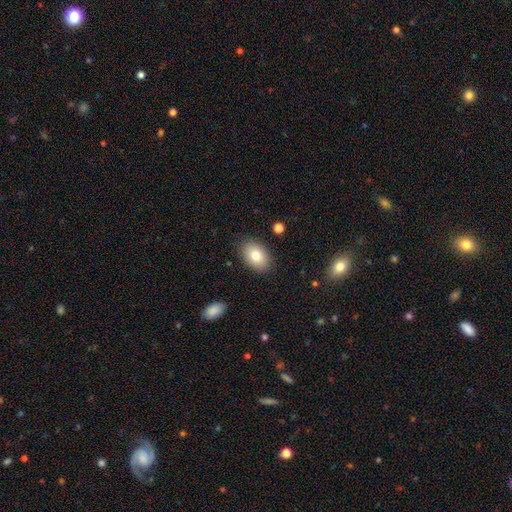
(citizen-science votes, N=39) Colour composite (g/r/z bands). It shows a smooth galaxy with no disk features (85%) that is in between round and cigar-shaped (97%). Merging: none (92%).